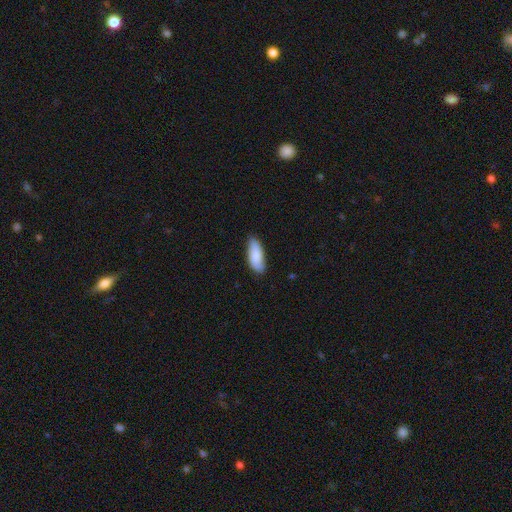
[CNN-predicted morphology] This appears to be a smooth galaxy with no disk features (81%) that is in between round and cigar-shaped (77%). Merging: none (81%).